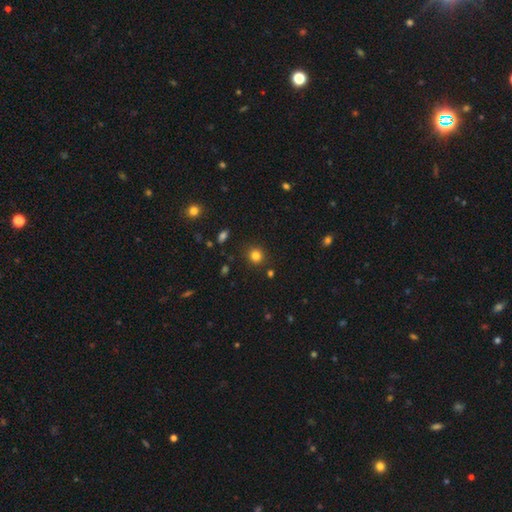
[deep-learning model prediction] smooth_or_featured: smooth (p=0.82) [alt: star or artifact p=0.13]
how_rounded: round (p=0.91) [alt: in between p=0.08]
merging: none (p=0.89) [alt: minor disturbance p=0.07]